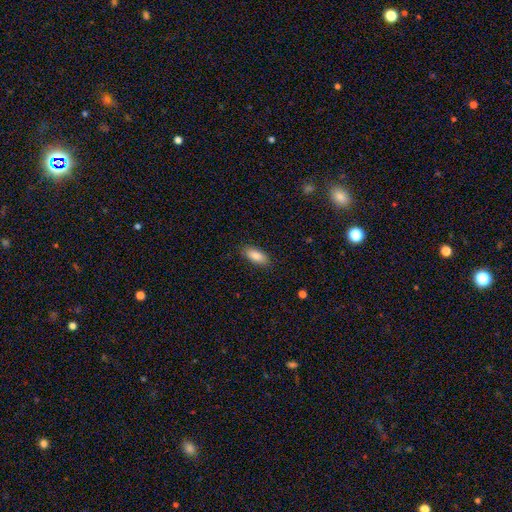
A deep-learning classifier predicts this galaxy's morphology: The model was most divided on "how rounded": in between: 82%, cigar-shaped: 16%, round: 2%. More confident: merging — none (88%); smooth or featured — smooth (87%).